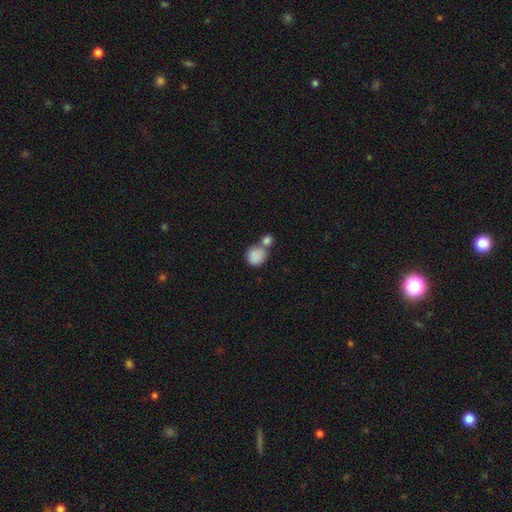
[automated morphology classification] A smooth galaxy with no disk features (85%) that is round (78%).

Vote fractions:
- Smooth or featured? smooth: 85% / featured or disk: 8% / star or artifact: 7%
- How rounded? round: 78% / in between: 21% / cigar-shaped: 1%
- Merging? merger: 53% / none: 33% / minor disturbance: 10% / major disturbance: 5%